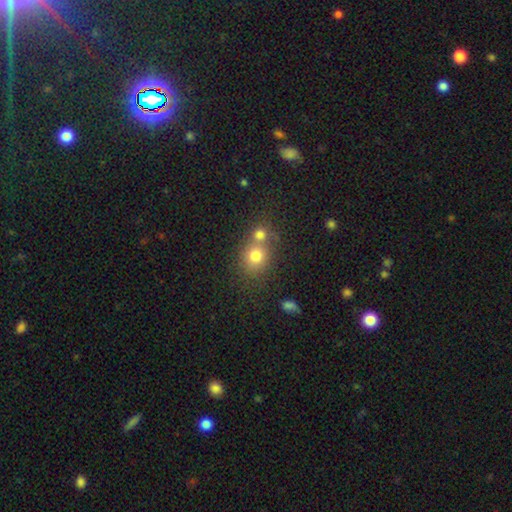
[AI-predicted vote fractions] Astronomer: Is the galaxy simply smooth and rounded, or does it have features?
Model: smooth — 75%.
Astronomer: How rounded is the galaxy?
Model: round — 76%.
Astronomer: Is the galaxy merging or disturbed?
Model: merger — 47% (runner-up: none, 42%).